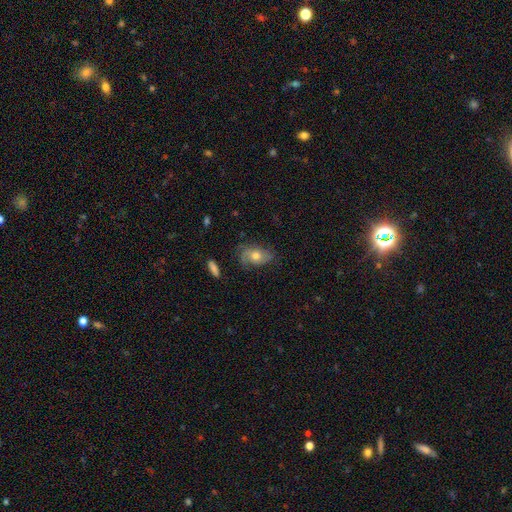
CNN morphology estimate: Smooth or featured? featured or disk (51%)
Edge-on disk? no (92%)
Merging? none (64%)